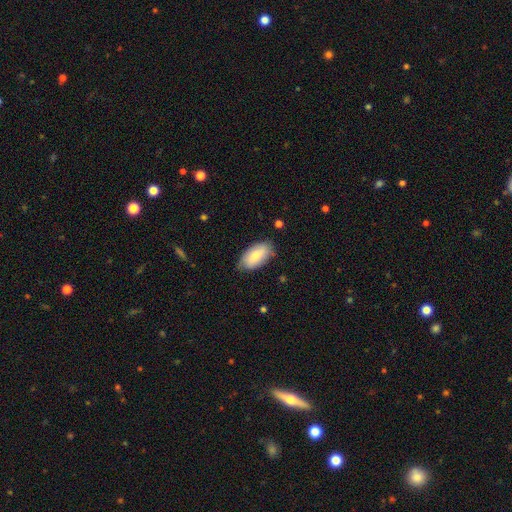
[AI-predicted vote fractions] Smooth or featured? Predicted: smooth (p=0.78). How rounded? Predicted: in between (p=0.94). Merging? Predicted: none (p=0.78).